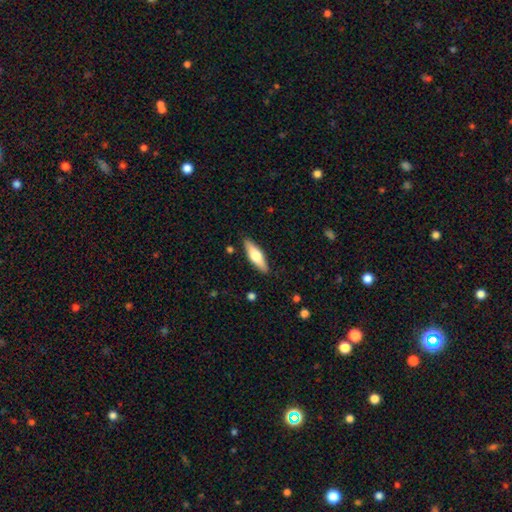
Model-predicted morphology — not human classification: smooth 53%, featured or disk 41%, star or artifact 5%. Down the decision tree: how rounded — cigar-shaped (53%); merging — none (88%).